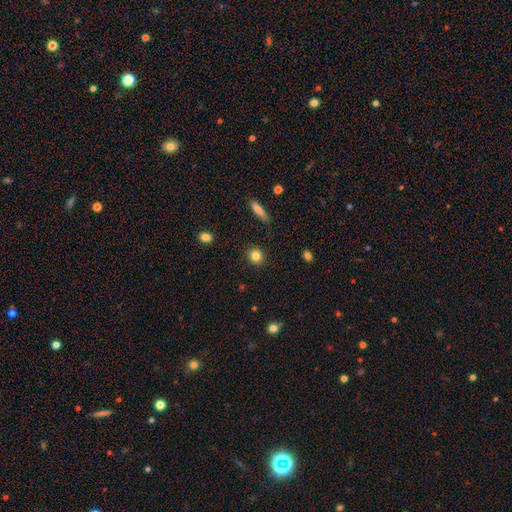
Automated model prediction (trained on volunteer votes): smooth_or_featured: smooth (p=0.83) [alt: star or artifact p=0.10]
how_rounded: round (p=0.87) [alt: in between p=0.11]
merging: none (p=0.89) [alt: minor disturbance p=0.08]